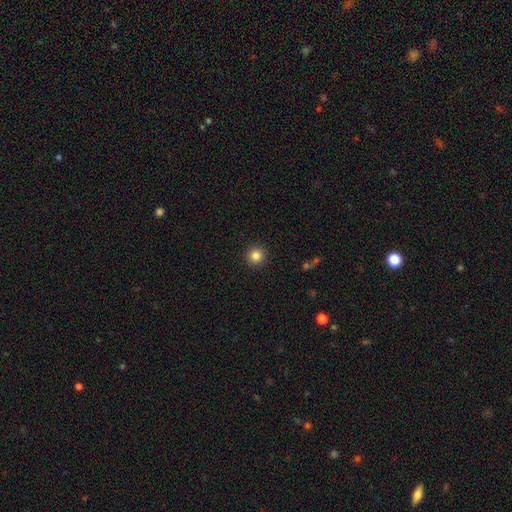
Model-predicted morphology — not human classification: A smooth galaxy with no disk features (85%) that is round (95%).

Vote fractions:
- Smooth or featured? smooth: 85% / star or artifact: 11% / featured or disk: 4%
- How rounded? round: 95% / in between: 4% / cigar-shaped: 1%
- Merging? none: 93% / minor disturbance: 5% / major disturbance: 2% / merger: 1%